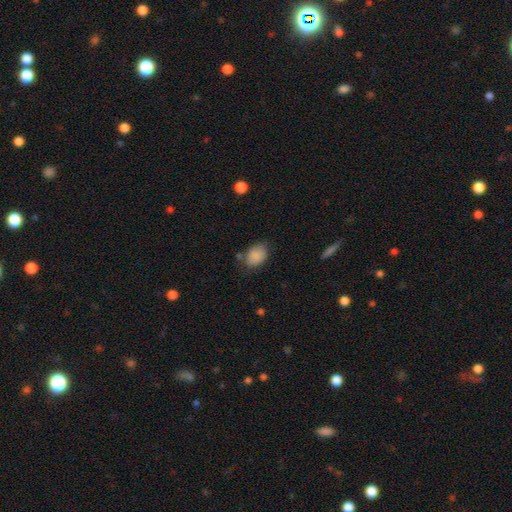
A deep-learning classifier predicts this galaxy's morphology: smooth_or_featured: smooth (p=0.87) [alt: star or artifact p=0.08]
how_rounded: in between (p=0.78) [alt: round p=0.21]
merging: none (p=0.70) [alt: minor disturbance p=0.21]